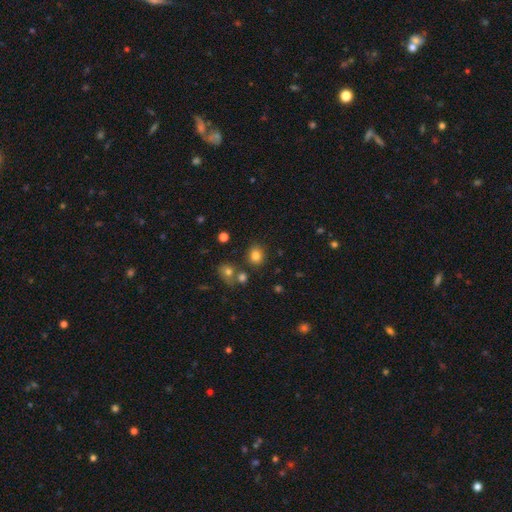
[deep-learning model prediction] Q: Smooth or featured?
A: smooth (80%); runner-up: star or artifact (13%)
Q: How rounded?
A: round (72%); runner-up: in between (27%)
Q: Merging?
A: none (78%); runner-up: minor disturbance (10%)